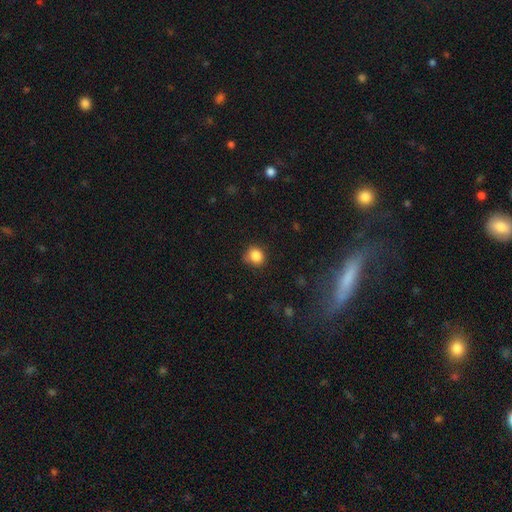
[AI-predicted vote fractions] smooth 85%, star or artifact 10%, featured or disk 4%. Down the decision tree: how rounded — round (78%); merging — none (71%).